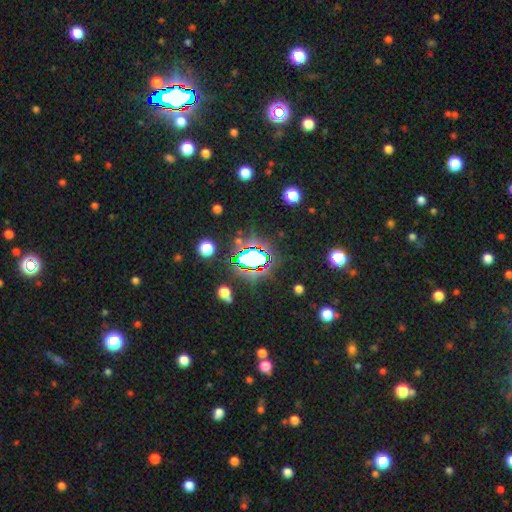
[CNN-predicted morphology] This appears to be a star or artifact, not a galaxy (72%).